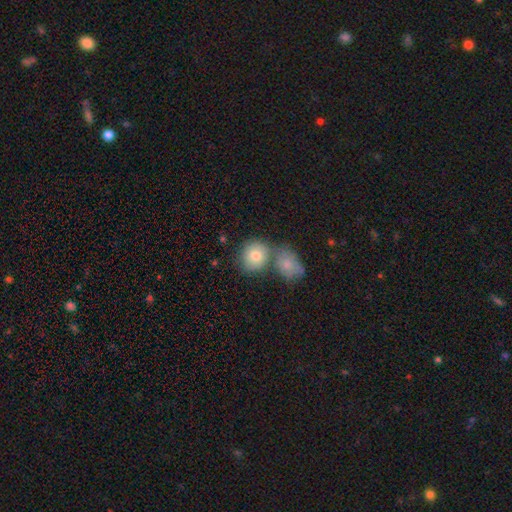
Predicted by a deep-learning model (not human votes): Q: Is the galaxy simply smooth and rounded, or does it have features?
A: smooth — 81%.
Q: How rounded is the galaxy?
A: round — 74%.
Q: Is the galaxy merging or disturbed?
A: none — 47%.